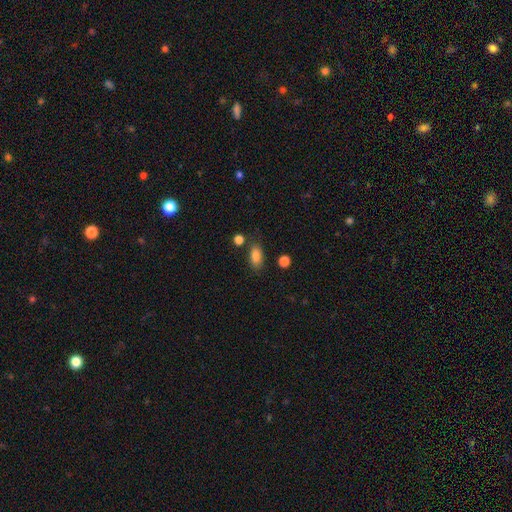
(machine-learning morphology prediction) This is clearly a smooth galaxy (85%). How rounded: clearly in between (87%). Merging: likely none (77%).